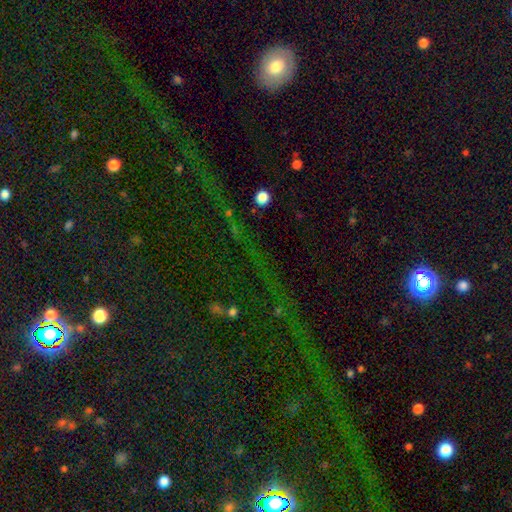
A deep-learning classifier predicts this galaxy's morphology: Smooth or featured: star or artifact — 68% (smooth — 17%)